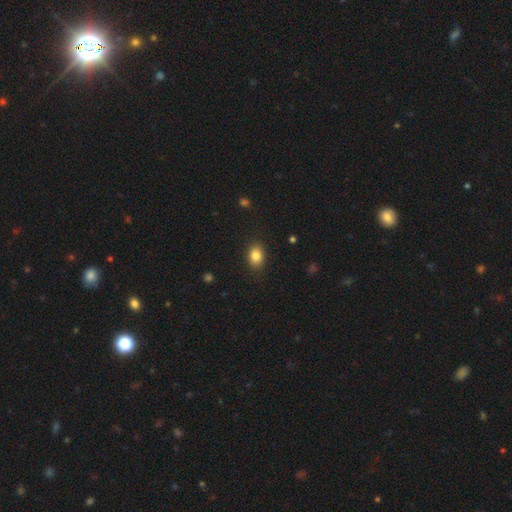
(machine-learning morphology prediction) Overall: smooth (85%). How rounded: in between (71%). Merging: none (86%).